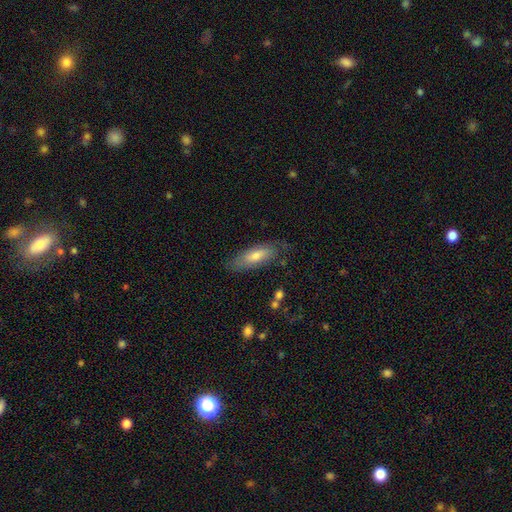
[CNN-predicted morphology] Smooth or featured? Predicted: smooth (p=0.62). How rounded? Predicted: in between (p=0.59). Merging? Predicted: none (p=0.75).